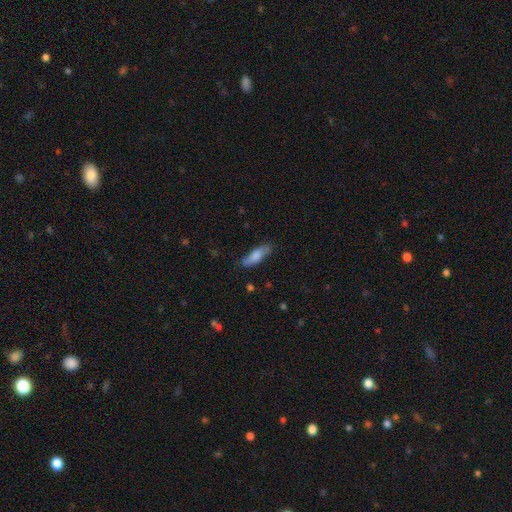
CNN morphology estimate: smooth-or-featured: smooth: 75% | featured or disk: 19% | star or artifact: 6%
  how-rounded: in between: 51% | cigar-shaped: 47% | round: 2%
  merging: none: 76% | minor disturbance: 18% | major disturbance: 4% | merger: 2%